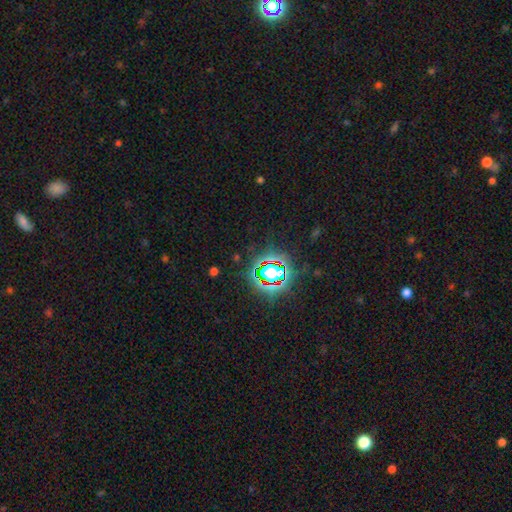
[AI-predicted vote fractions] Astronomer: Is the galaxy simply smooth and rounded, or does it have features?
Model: star or artifact — 81%.